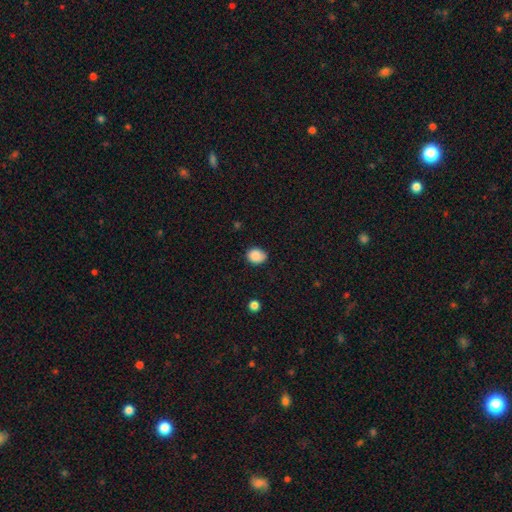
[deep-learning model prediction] Smooth or featured? smooth (87%)
How rounded? round (52%)
Merging? none (74%)